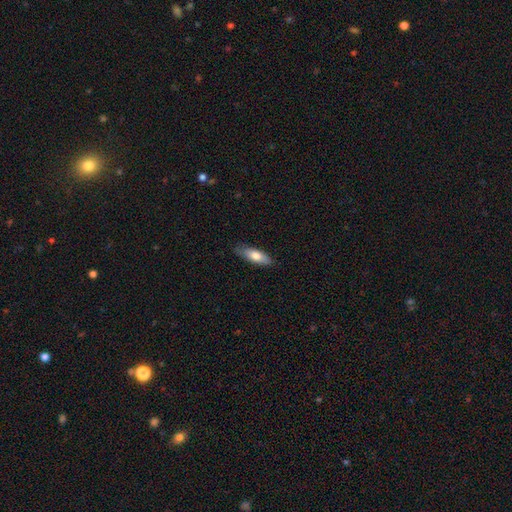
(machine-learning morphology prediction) This is likely a smooth galaxy (74%). How rounded: possibly in between (57%). Merging: clearly none (82%).